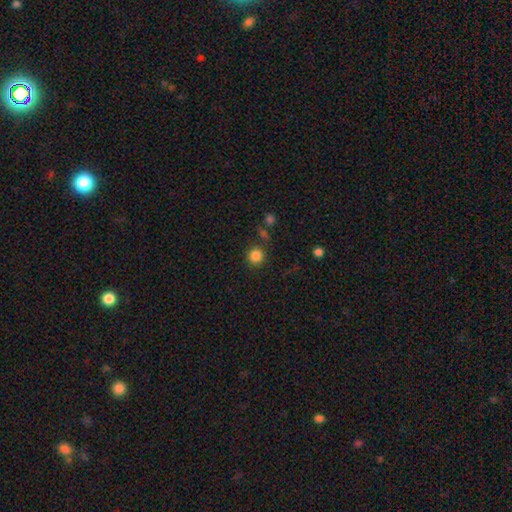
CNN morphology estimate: Smooth or featured: smooth — 84% (star or artifact — 12%)
How rounded: round — 93% (in between — 6%)
Merging: none — 83% (minor disturbance — 8%)